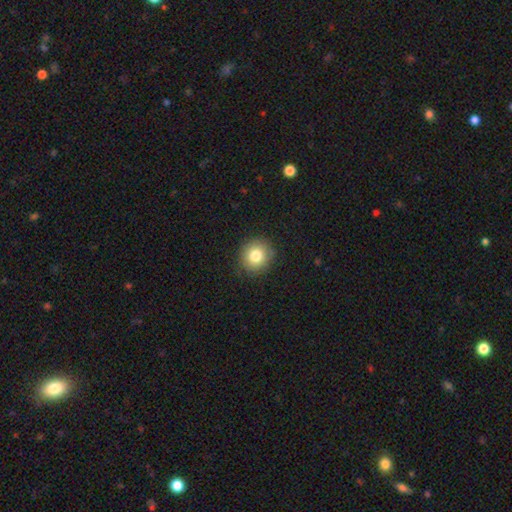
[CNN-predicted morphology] Smooth or featured: smooth — 81% (star or artifact — 10%)
How rounded: round — 87% (in between — 12%)
Merging: none — 89% (minor disturbance — 8%)